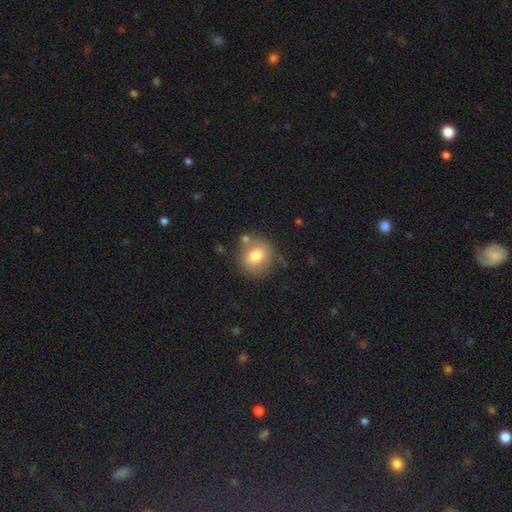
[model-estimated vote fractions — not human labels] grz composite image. It shows a smooth galaxy with no disk features (77%) that is round (81%). Merging: none (72%).